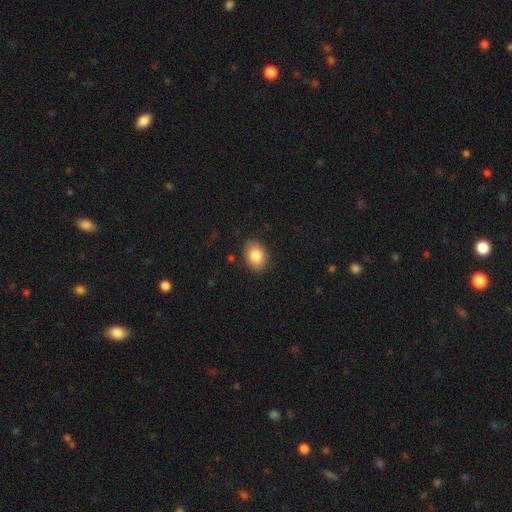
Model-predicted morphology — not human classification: Smooth or featured? smooth (84%)
How rounded? in between (75%)
Merging? none (85%)